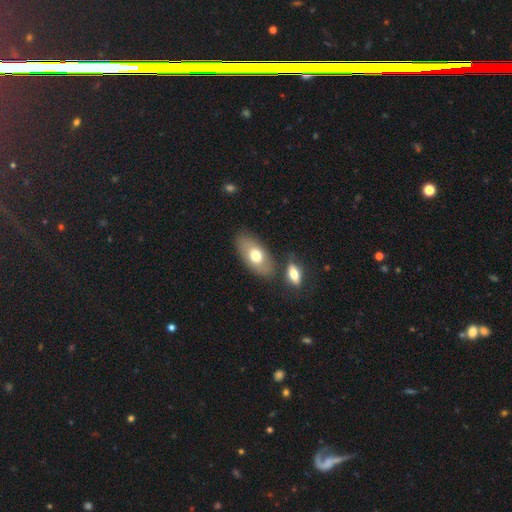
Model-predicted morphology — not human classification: smooth 68%, featured or disk 25%, star or artifact 7%. Down the decision tree: how rounded — in between (91%); merging — none (72%).